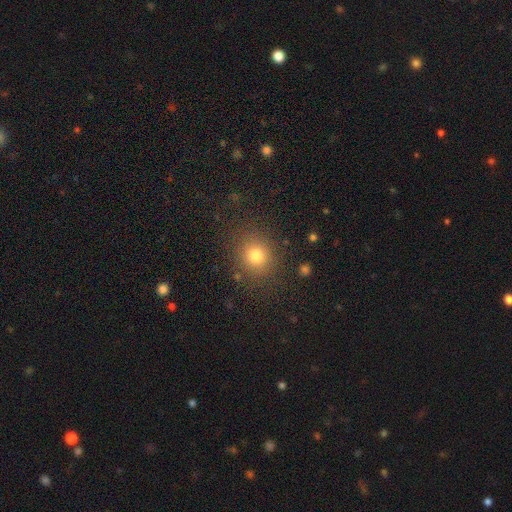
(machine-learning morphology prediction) Smooth or featured?
  - smooth: 78% *
  - star or artifact: 14%
  - featured or disk: 8%
How rounded?
  - round: 81% *
  - in between: 18%
  - cigar-shaped: 1%
Merging?
  - none: 84% *
  - minor disturbance: 9%
  - major disturbance: 4%
  - merger: 2%